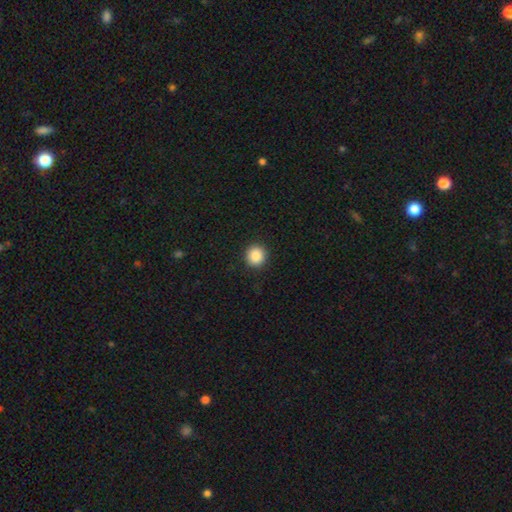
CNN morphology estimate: type=smooth (89%); roundness=round (92%); merging=none (92%).